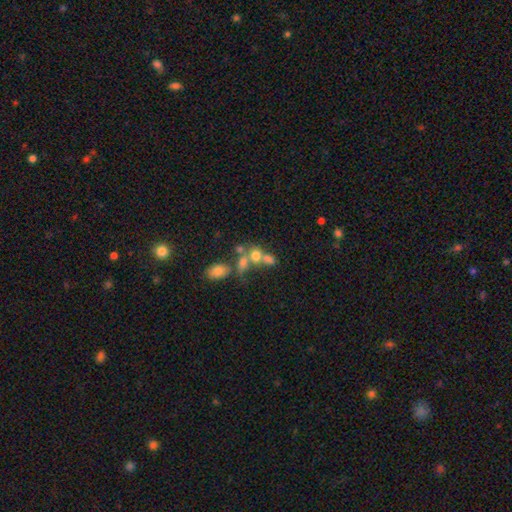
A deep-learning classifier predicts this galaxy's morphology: The model was most divided on "how rounded": in between: 50%, round: 47%, cigar-shaped: 3%. More confident: smooth or featured — smooth (64%); merging — merger (56%).